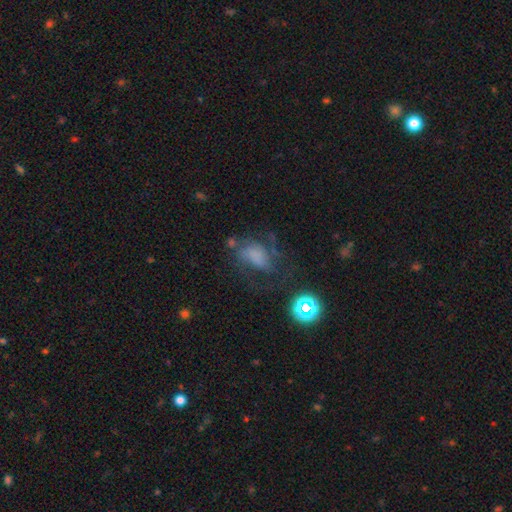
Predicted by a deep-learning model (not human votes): smooth 43%, featured or disk 38%, star or artifact 19%. Down the decision tree: merging — none (38%).